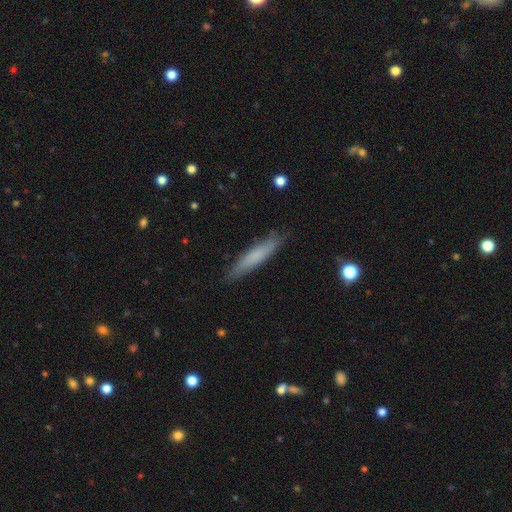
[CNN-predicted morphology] Overall: smooth (71%). How rounded: cigar-shaped (88%). Merging: none (86%).